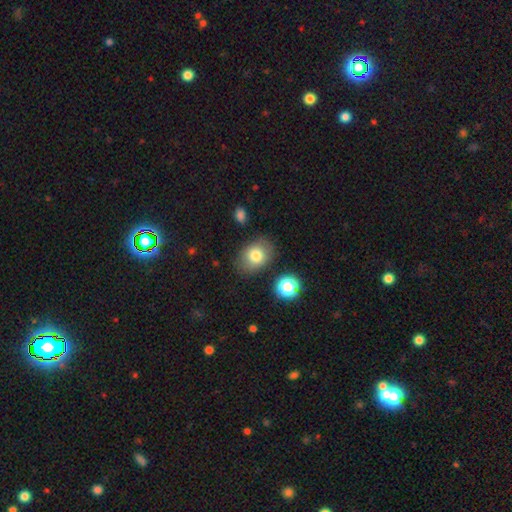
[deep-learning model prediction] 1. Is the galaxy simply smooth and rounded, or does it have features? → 78% smooth, 12% featured or disk, 10% star or artifact.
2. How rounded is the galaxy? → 68% in between, 31% round, 1% cigar-shaped.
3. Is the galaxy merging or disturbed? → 79% none, 14% minor disturbance, 4% major disturbance, 3% merger.